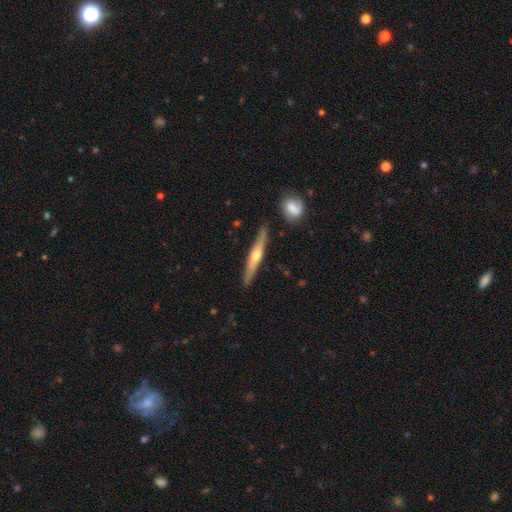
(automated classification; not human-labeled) Morphology: type=featured or disk (64%); edge-on=yes (96%); edge-on bulge=rounded (88%); merging=none (88%).